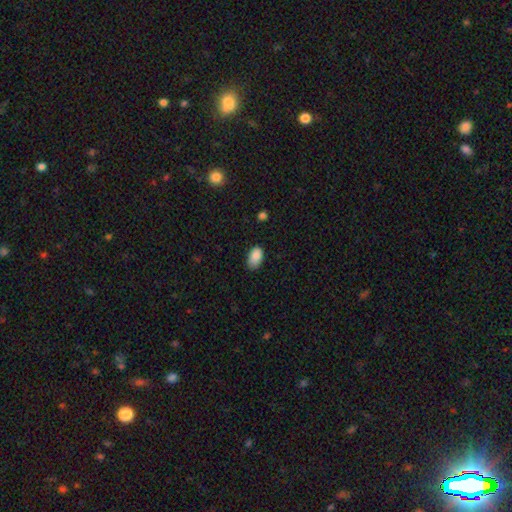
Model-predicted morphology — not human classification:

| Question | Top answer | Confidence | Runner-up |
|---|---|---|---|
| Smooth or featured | smooth | 88% | star or artifact (8%) |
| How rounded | in between | 92% | round (7%) |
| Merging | none | 72% | minor disturbance (23%) |